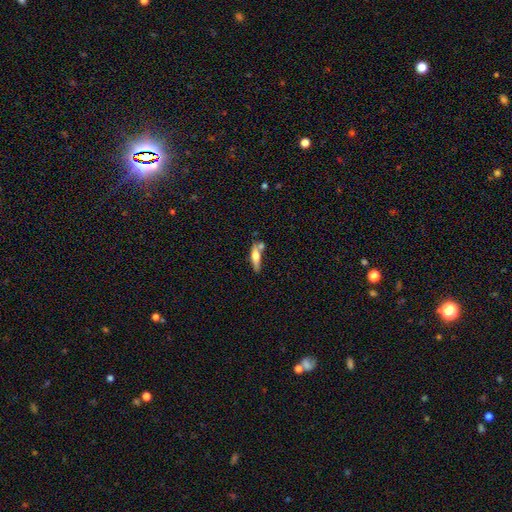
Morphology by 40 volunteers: Smooth or featured? smooth (60%)
How rounded? cigar-shaped (83%)
Merging? none (39%)